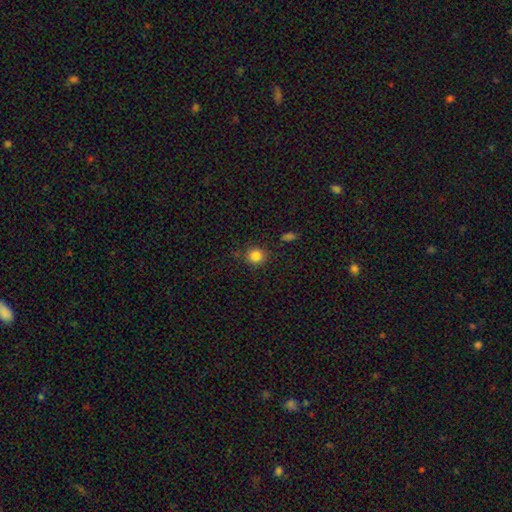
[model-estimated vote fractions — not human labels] smooth_or_featured: smooth (p=0.83) [alt: star or artifact p=0.12]
how_rounded: round (p=0.91) [alt: in between p=0.08]
merging: none (p=0.84) [alt: minor disturbance p=0.11]